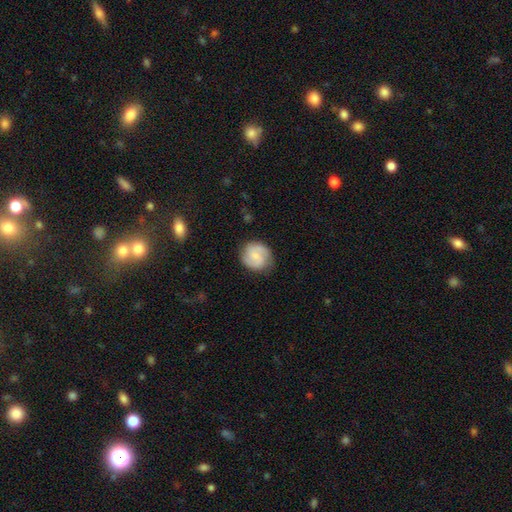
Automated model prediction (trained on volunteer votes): Morphology: type=featured or disk (54%); edge-on=no (98%); bar=no (49%); spiral arms=yes (93%); bulge=small (54%); merging=none (79%).